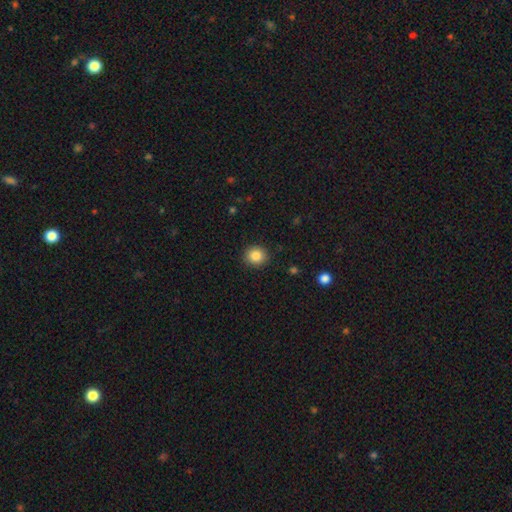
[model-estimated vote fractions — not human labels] Overall: smooth (85%). How rounded: round (85%). Merging: none (90%).